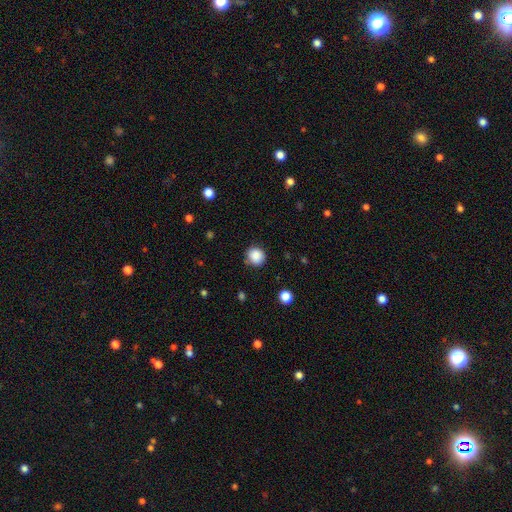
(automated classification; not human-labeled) Overall: smooth (86%). How rounded: round (92%). Merging: none (84%).